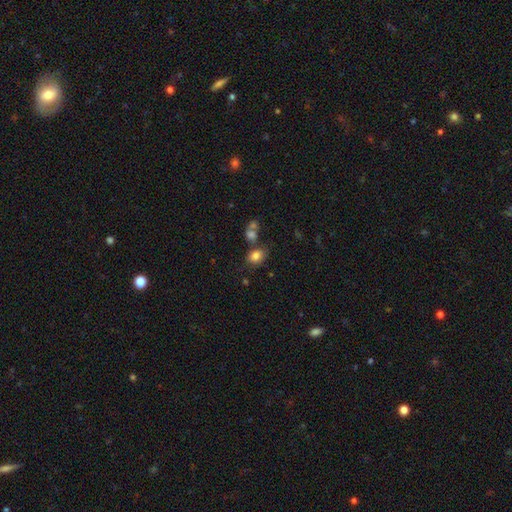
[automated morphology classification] A smooth galaxy with no disk features (81%) that is in between round and cigar-shaped (63%). Merging: none (67%).